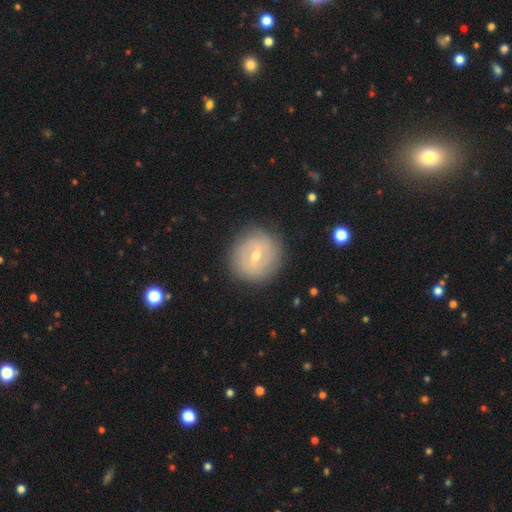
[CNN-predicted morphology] Smooth or featured?
  - featured or disk: 65% *
  - smooth: 28%
  - star or artifact: 7%
Edge-on disk?
  - no: 96% *
  - yes: 4%
Bar?
  - weak: 53% *
  - no: 26%
  - strong: 21%
Spiral arms?
  - yes: 66% *
  - no: 34%
Bulge size?
  - small: 50% *
  - moderate: 47%
  - large: 1%
  - none: 1%
  - dominant: 1%
Merging?
  - none: 85% *
  - minor disturbance: 10%
  - major disturbance: 3%
  - merger: 1%